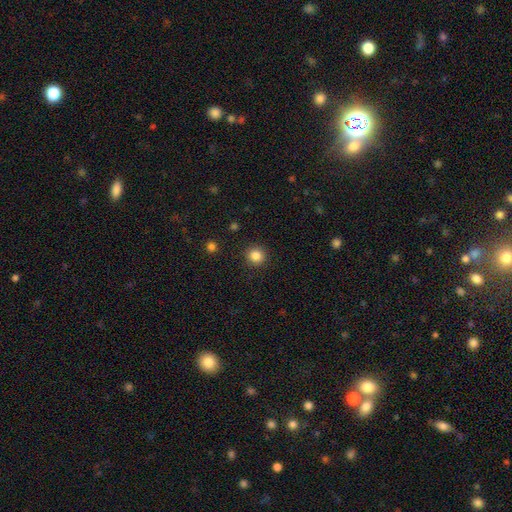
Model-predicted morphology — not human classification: Smooth or featured?
  - smooth: 84% *
  - star or artifact: 11%
  - featured or disk: 4%
How rounded?
  - round: 93% *
  - in between: 6%
  - cigar-shaped: 1%
Merging?
  - none: 91% *
  - minor disturbance: 5%
  - major disturbance: 2%
  - merger: 1%